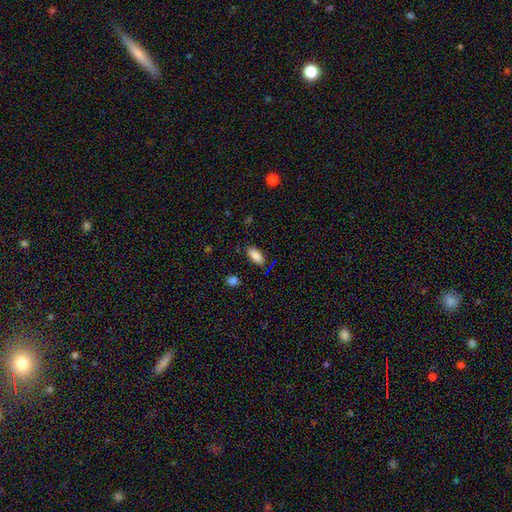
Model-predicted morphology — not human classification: smooth_or_featured: smooth (p=0.87) [alt: star or artifact p=0.08]
how_rounded: in between (p=0.87) [alt: cigar-shaped p=0.11]
merging: none (p=0.83) [alt: minor disturbance p=0.13]